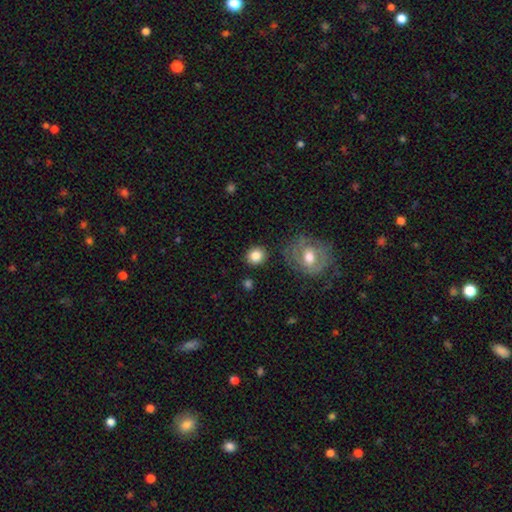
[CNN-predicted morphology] Smooth or featured? Predicted: smooth (p=0.84). How rounded? Predicted: round (p=0.82). Merging? Predicted: none (p=0.84).